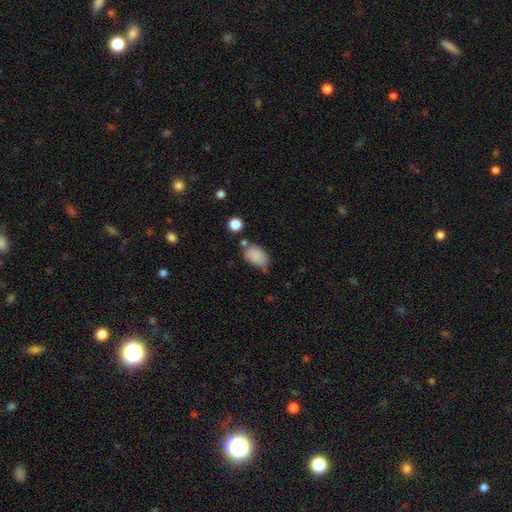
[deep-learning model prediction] A smooth galaxy with no disk features (85%) that is in between round and cigar-shaped (87%). Merging: none (54%).